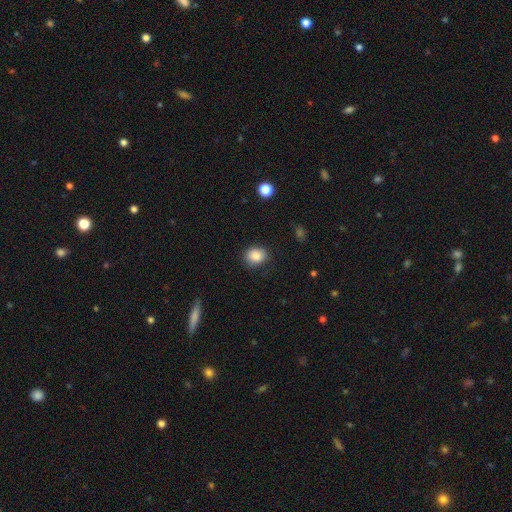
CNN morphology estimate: This appears to be a smooth galaxy with no disk features (85%) that is round (58%). Merging: none (83%).